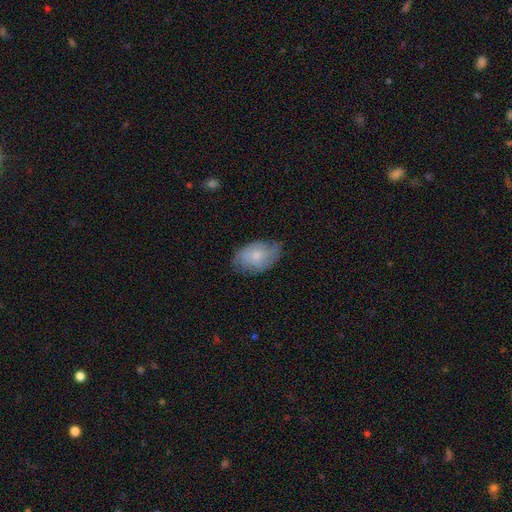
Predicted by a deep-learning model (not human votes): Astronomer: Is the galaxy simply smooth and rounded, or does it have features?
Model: smooth — 47% (runner-up: featured or disk, 46%).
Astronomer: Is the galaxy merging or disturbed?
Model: none — 66%.